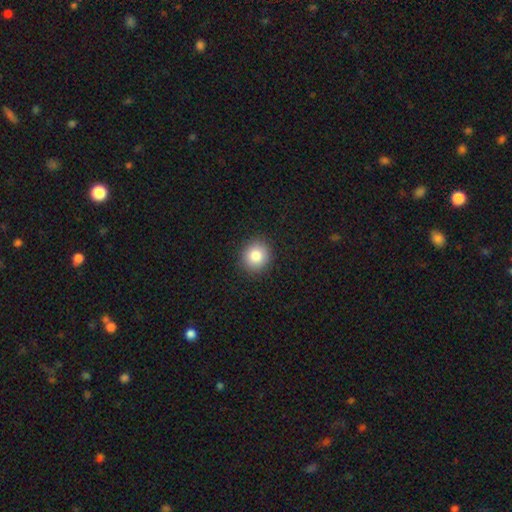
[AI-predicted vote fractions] Q: Smooth or featured?
A: smooth (84%); runner-up: star or artifact (10%)
Q: How rounded?
A: round (87%); runner-up: in between (12%)
Q: Merging?
A: none (91%); runner-up: minor disturbance (6%)